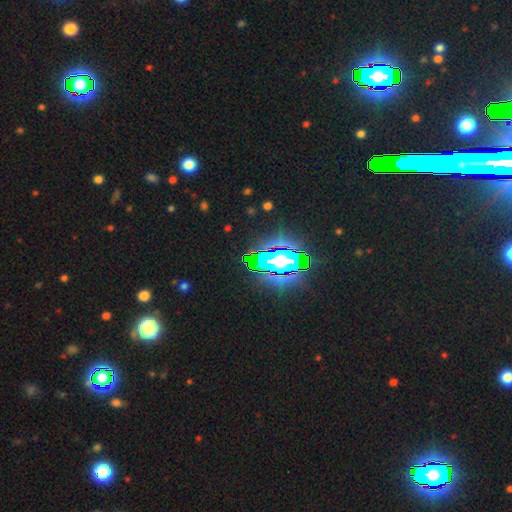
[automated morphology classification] Q: Smooth or featured?
A: star or artifact (69%); runner-up: smooth (16%)